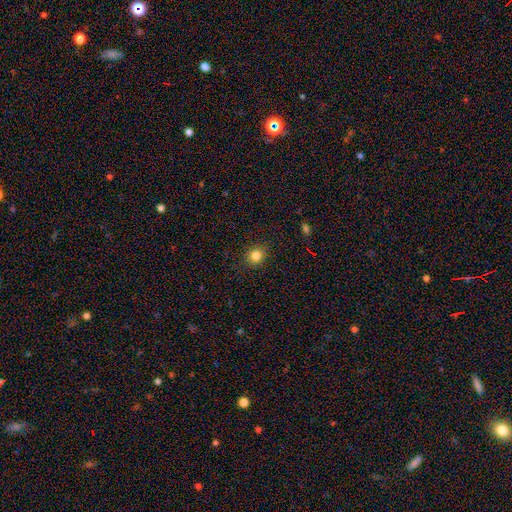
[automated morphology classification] smooth_or_featured: smooth (p=0.83) [alt: star or artifact p=0.12]
how_rounded: round (p=0.78) [alt: in between p=0.21]
merging: none (p=0.89) [alt: minor disturbance p=0.08]